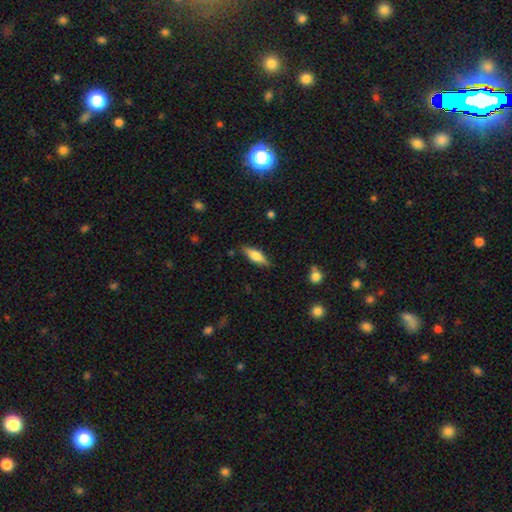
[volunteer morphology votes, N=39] Volunteers were most divided on "how rounded": in between: 50%, cigar-shaped: 40%, round: 10%. More confident: merging — none (92%); smooth or featured — smooth (51%).